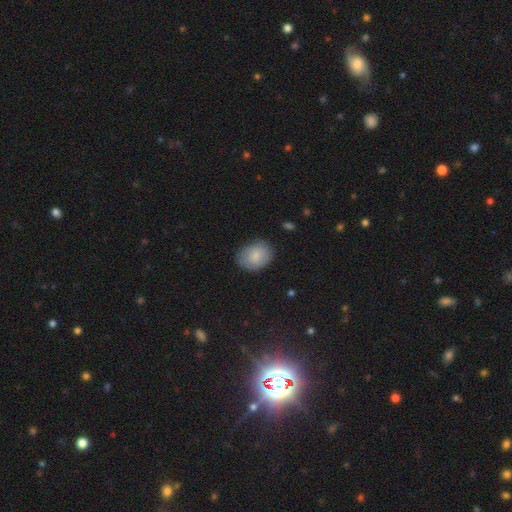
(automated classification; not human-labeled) smooth-or-featured: smooth: 82% | featured or disk: 11% | star or artifact: 7%
  how-rounded: in between: 63% | round: 36% | cigar-shaped: 1%
  merging: none: 78% | minor disturbance: 17% | major disturbance: 3% | merger: 1%